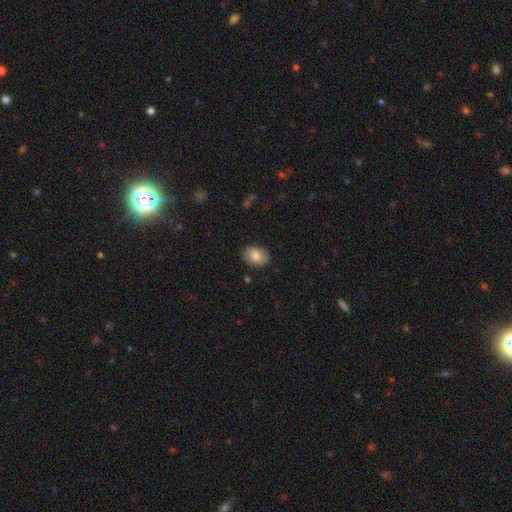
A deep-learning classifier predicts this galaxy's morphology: type=smooth (82%); roundness=in between (74%); merging=none (84%).